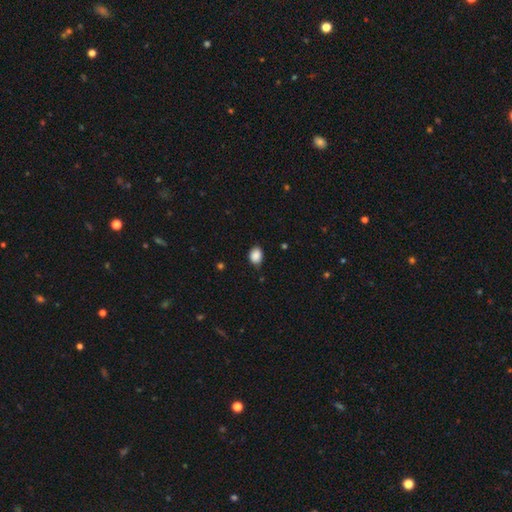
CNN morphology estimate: Smooth or featured? smooth (88%)
How rounded? in between (68%)
Merging? none (76%)